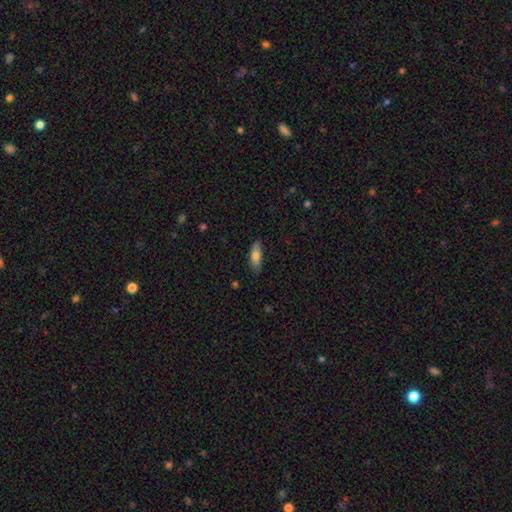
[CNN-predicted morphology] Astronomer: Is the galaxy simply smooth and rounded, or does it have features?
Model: smooth — 76%.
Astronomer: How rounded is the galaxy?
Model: in between — 66%.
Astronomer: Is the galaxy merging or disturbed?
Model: none — 83%.